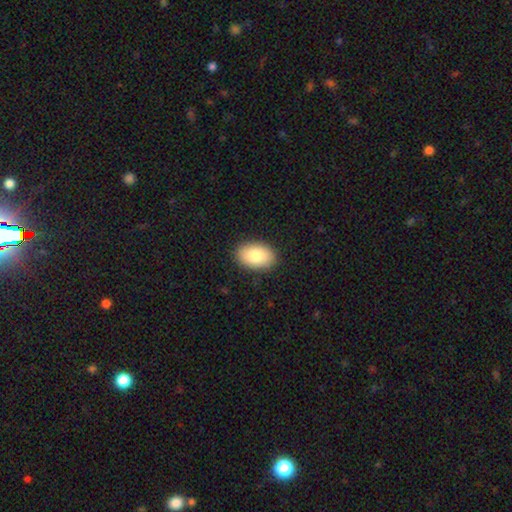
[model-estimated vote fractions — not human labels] Q: Smooth or featured?
A: smooth (83%); runner-up: featured or disk (11%)
Q: How rounded?
A: in between (89%); runner-up: round (10%)
Q: Merging?
A: none (89%); runner-up: minor disturbance (8%)